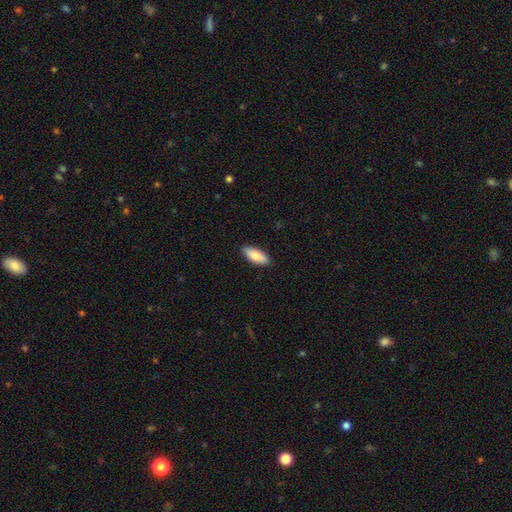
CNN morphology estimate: Overall: smooth (85%). How rounded: in between (79%). Merging: none (89%).